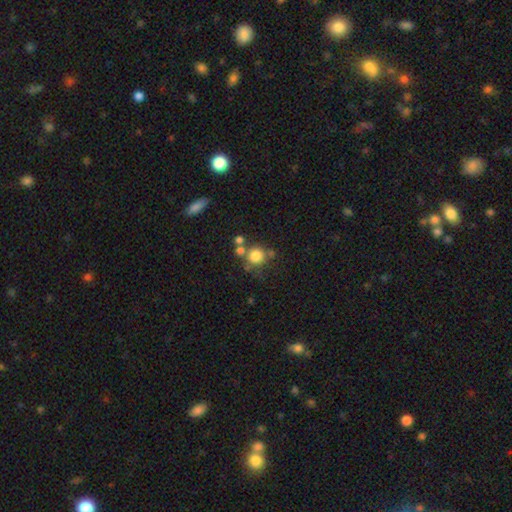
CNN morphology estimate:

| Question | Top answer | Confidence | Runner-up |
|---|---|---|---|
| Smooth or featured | smooth | 78% | star or artifact (12%) |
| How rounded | round | 90% | in between (9%) |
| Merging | none | 59% | merger (24%) |